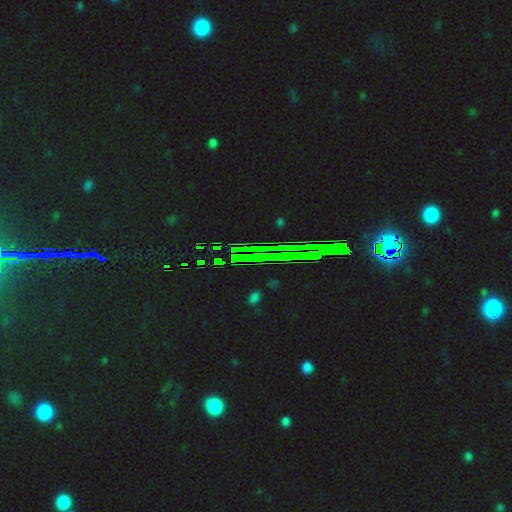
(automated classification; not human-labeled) smooth-or-featured: star or artifact: 83% | smooth: 9% | featured or disk: 8%